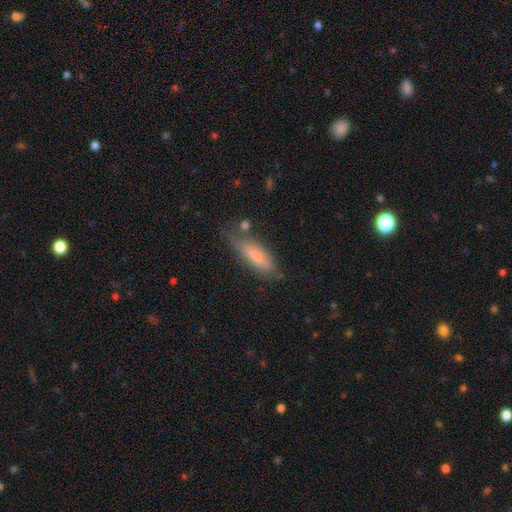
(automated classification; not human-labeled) smooth-or-featured: smooth: 73% | featured or disk: 20% | star or artifact: 7%
  how-rounded: cigar-shaped: 50% | in between: 48% | round: 2%
  merging: none: 65% | minor disturbance: 23% | major disturbance: 7% | merger: 5%